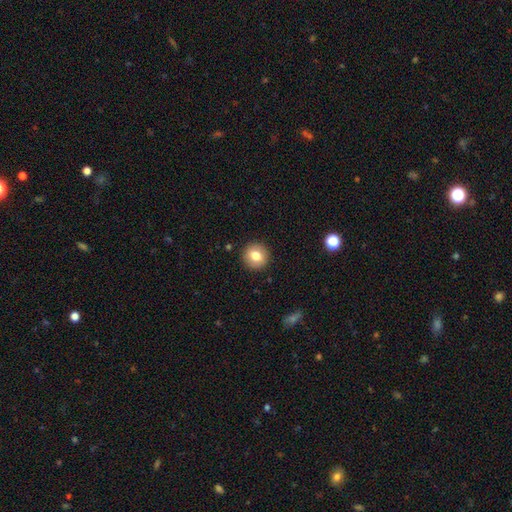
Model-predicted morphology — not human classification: The model was most divided on "smooth or featured": smooth: 79%, featured or disk: 12%, star or artifact: 9%. More confident: merging — none (91%); how rounded — round (90%).